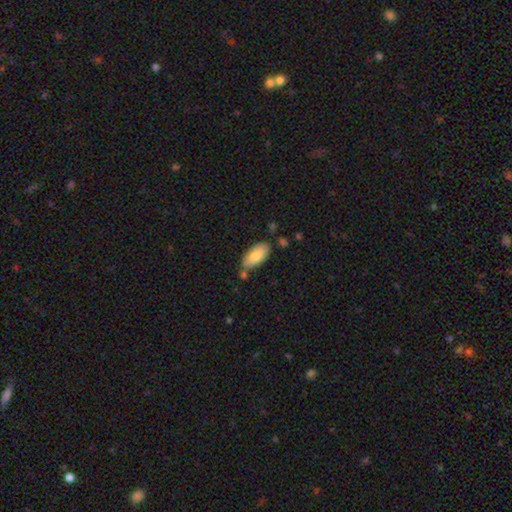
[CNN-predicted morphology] Overall: smooth (80%). How rounded: in between (92%). Merging: none (67%).